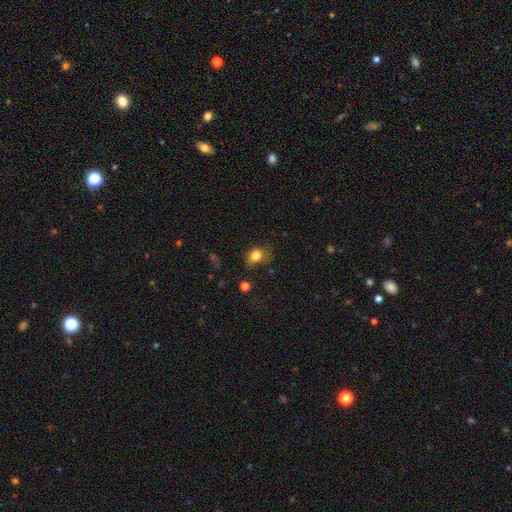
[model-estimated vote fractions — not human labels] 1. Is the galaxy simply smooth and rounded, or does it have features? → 80% smooth, 11% star or artifact, 9% featured or disk.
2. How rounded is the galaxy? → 51% round, 47% in between, 1% cigar-shaped.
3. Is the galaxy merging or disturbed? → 52% none, 30% minor disturbance, 15% major disturbance, 3% merger.